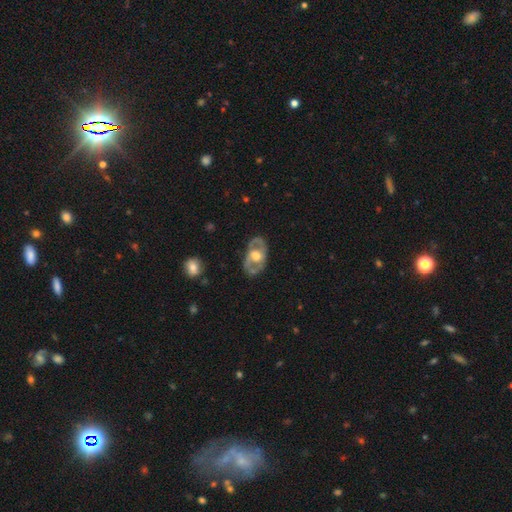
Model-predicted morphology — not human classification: Smooth or featured?
  - featured or disk: 68% *
  - smooth: 27%
  - star or artifact: 5%
Edge-on disk?
  - no: 91% *
  - yes: 9%
Bar?
  - no: 64% *
  - weak: 27%
  - strong: 9%
Spiral arms?
  - no: 53% *
  - yes: 47%
Bulge size?
  - moderate: 57% *
  - large: 34%
  - small: 6%
  - dominant: 2%
  - none: 1%
Merging?
  - none: 75% *
  - minor disturbance: 17%
  - major disturbance: 6%
  - merger: 2%